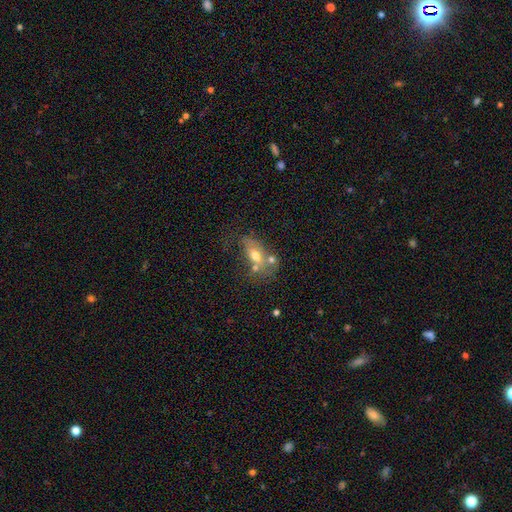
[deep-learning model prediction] A smooth galaxy with no disk features (54%) that is in between round and cigar-shaped (77%).

Vote fractions:
- Smooth or featured? smooth: 54% / featured or disk: 37% / star or artifact: 10%
- How rounded? in between: 77% / round: 13% / cigar-shaped: 10%
- Merging? merger: 35% / none: 32% / minor disturbance: 18% / major disturbance: 16%